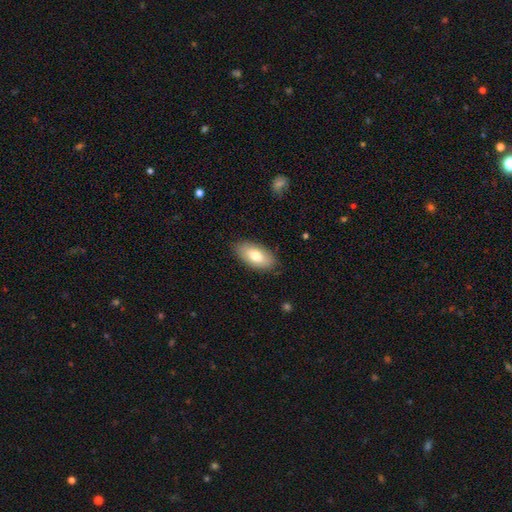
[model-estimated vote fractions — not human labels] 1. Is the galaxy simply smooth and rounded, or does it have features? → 77% smooth, 17% featured or disk, 6% star or artifact.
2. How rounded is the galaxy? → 92% in between, 5% cigar-shaped, 3% round.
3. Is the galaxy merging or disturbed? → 85% none, 12% minor disturbance, 2% major disturbance, 1% merger.